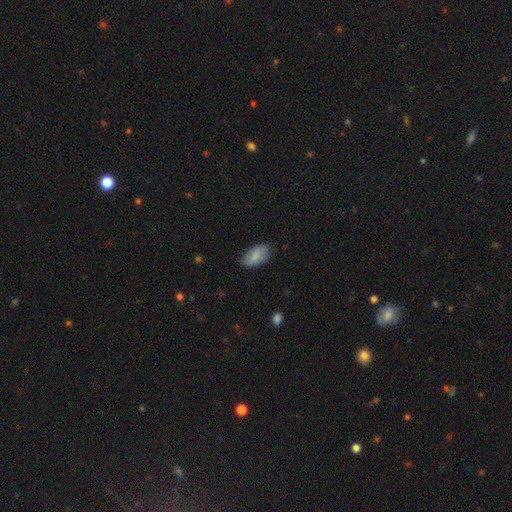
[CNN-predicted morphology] Smooth or featured? smooth (84%)
How rounded? in between (94%)
Merging? none (78%)